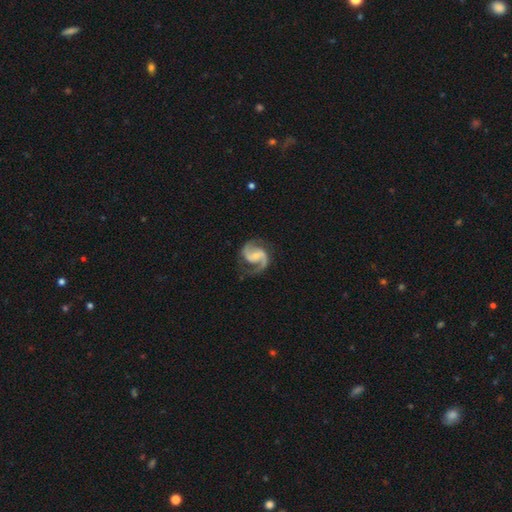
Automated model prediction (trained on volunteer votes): featured or disk 92%, smooth 4%, star or artifact 4%. Down the decision tree: edge-on disk — no (98%); bar — weak (44%); spiral arms — yes (98%); spiral arm count — 2 (93%); spiral winding — medium (61%); bulge size — small (53%); merging — none (78%).